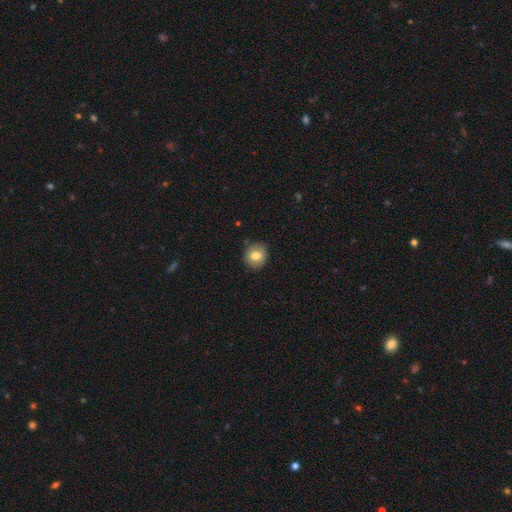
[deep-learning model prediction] Morphology: type=smooth (79%); roundness=round (83%); merging=none (85%).